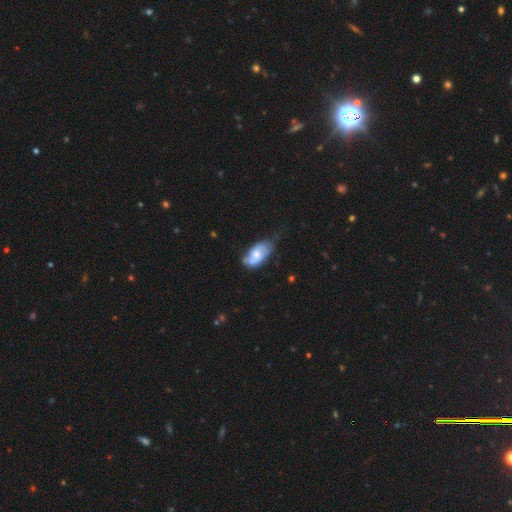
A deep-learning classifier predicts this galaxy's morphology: The model was most divided on "merging": none: 43%, minor disturbance: 35%, major disturbance: 14%, merger: 8%. More confident: edge-on disk — no (94%); smooth or featured — featured or disk (53%).